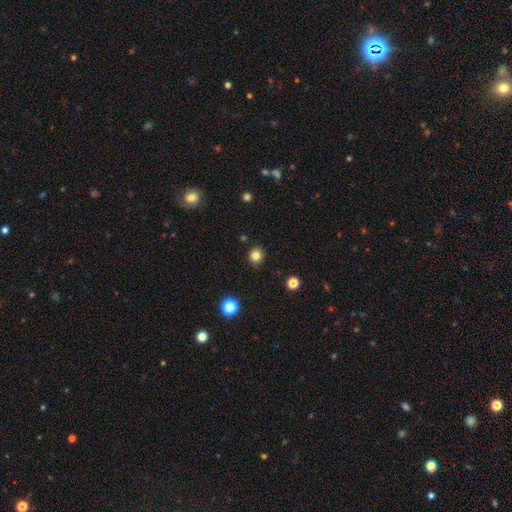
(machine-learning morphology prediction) Smooth or featured? Predicted: smooth (p=0.82). How rounded? Predicted: round (p=0.93). Merging? Predicted: none (p=0.91).